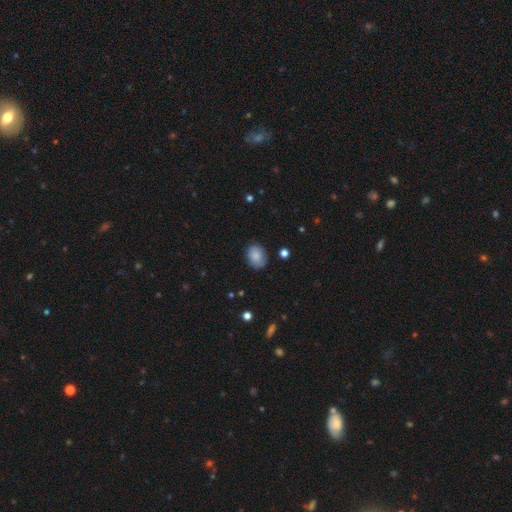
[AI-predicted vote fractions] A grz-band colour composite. It shows a smooth galaxy with no disk features (84%) that is in between round and cigar-shaped (61%). Merging: none (82%).